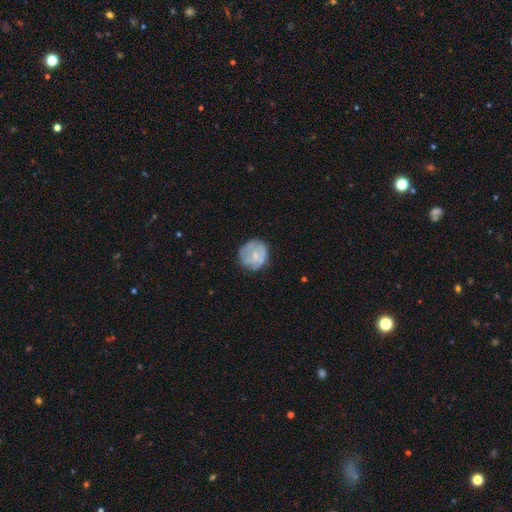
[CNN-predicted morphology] smooth 52%, featured or disk 40%, star or artifact 8%. Down the decision tree: how rounded — round (89%); merging — none (71%).